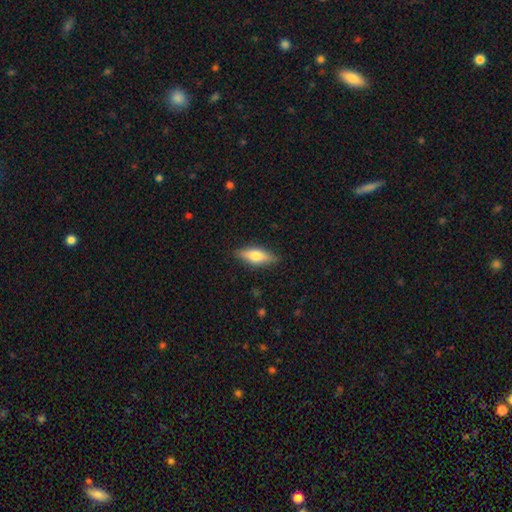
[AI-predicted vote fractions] Smooth or featured?
  - smooth: 64% *
  - featured or disk: 30%
  - star or artifact: 6%
How rounded?
  - in between: 59% *
  - cigar-shaped: 38%
  - round: 3%
Merging?
  - none: 86% *
  - minor disturbance: 10%
  - major disturbance: 2%
  - merger: 1%